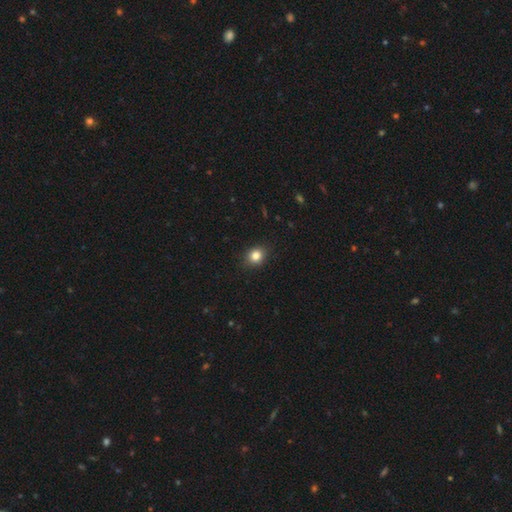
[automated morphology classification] Smooth or featured? smooth (83%)
How rounded? round (63%)
Merging? none (87%)